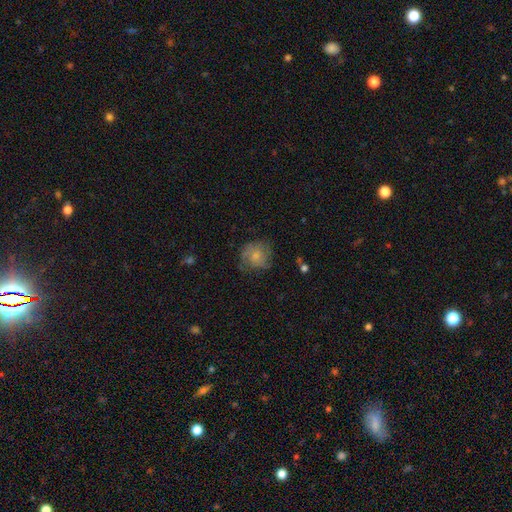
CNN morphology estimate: smooth-or-featured: smooth: 59% | featured or disk: 33% | star or artifact: 8%
  how-rounded: round: 84% | in between: 15% | cigar-shaped: 1%
  merging: none: 62% | minor disturbance: 25% | major disturbance: 11% | merger: 2%